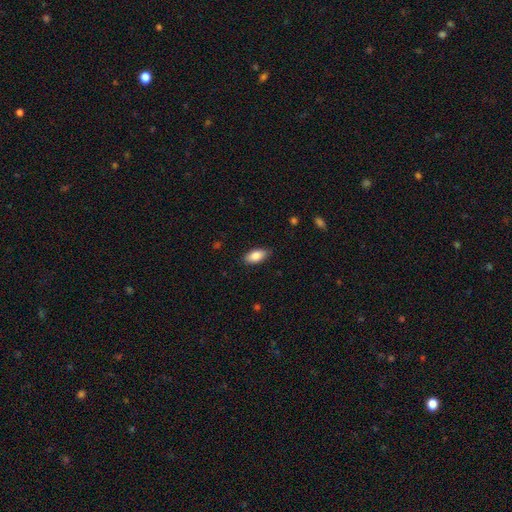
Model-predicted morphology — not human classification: This is clearly a smooth galaxy (85%). How rounded: clearly in between (89%). Merging: clearly none (84%).